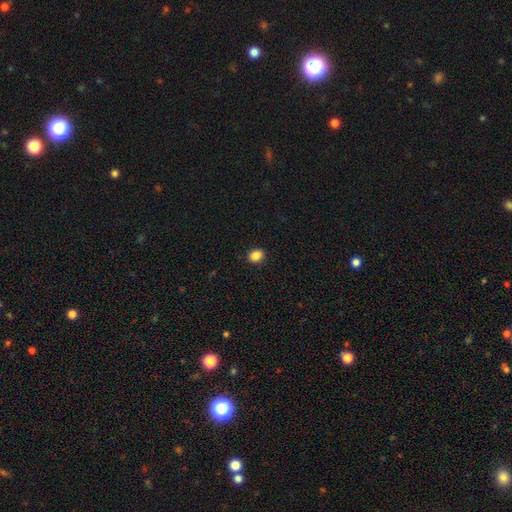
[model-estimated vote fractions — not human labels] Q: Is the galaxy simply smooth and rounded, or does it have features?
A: smooth — 86%.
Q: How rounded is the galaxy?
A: round — 59%.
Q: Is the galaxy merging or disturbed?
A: none — 91%.